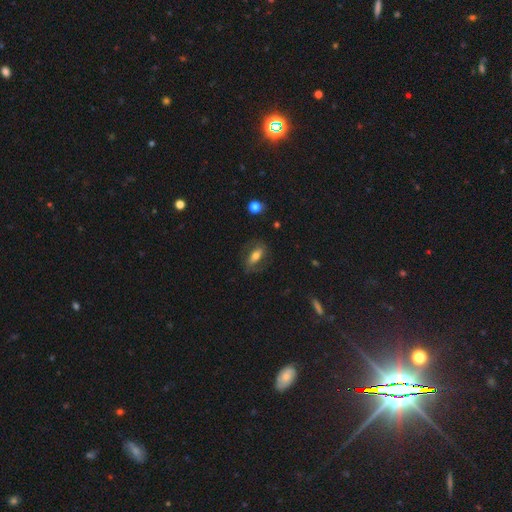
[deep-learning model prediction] Q: Smooth or featured?
A: featured or disk (47%); runner-up: smooth (44%)
Q: Merging?
A: none (70%); runner-up: minor disturbance (17%)